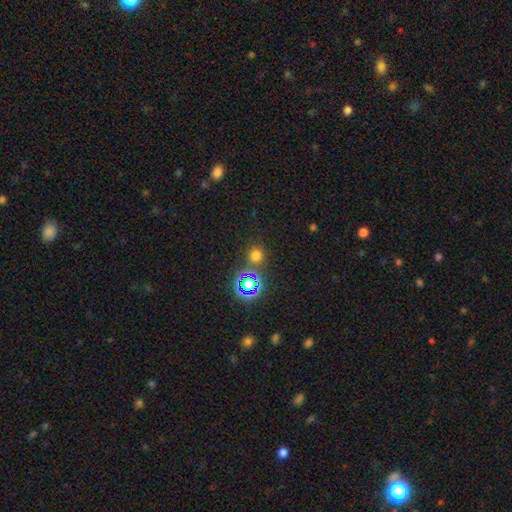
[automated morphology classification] Smooth or featured: smooth — 64% (star or artifact — 30%)
How rounded: round — 87% (in between — 12%)
Merging: none — 77% (merger — 11%)